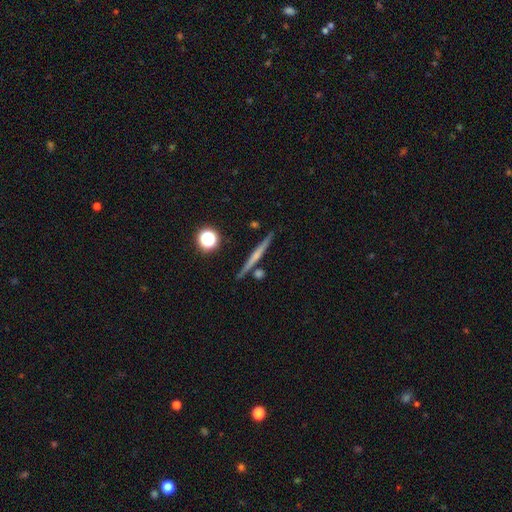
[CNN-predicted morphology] Q: Smooth or featured?
A: featured or disk (59%); runner-up: smooth (33%)
Q: Edge-on disk?
A: yes (97%); runner-up: no (3%)
Q: Edge-on bulge?
A: none (52%); runner-up: rounded (39%)
Q: Merging?
A: none (85%); runner-up: minor disturbance (8%)